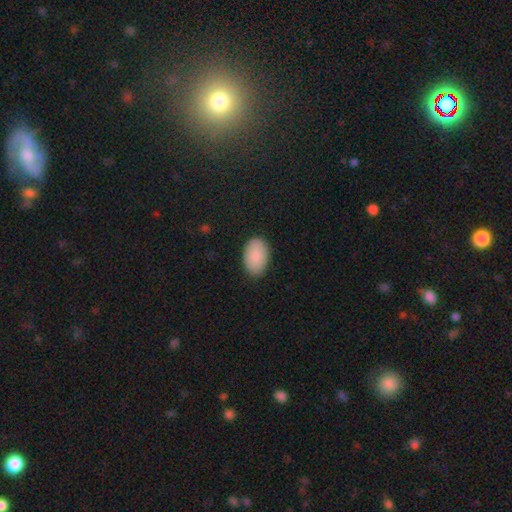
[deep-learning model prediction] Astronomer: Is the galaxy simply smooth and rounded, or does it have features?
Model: smooth — 88%.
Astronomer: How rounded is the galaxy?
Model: in between — 90%.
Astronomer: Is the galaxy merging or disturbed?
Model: none — 85%.